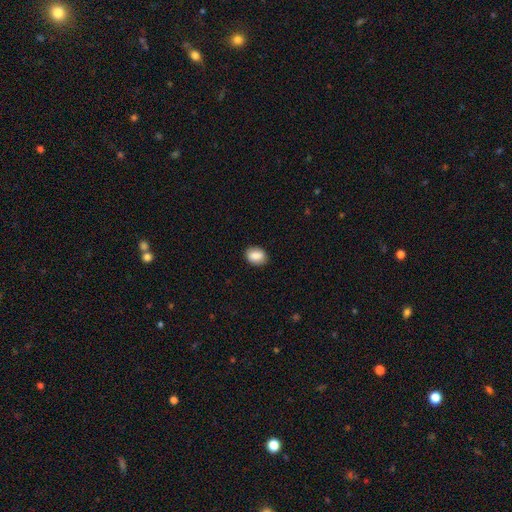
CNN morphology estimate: This appears to be a smooth galaxy with no disk features (86%) that is in between round and cigar-shaped (67%). Merging: none (87%).